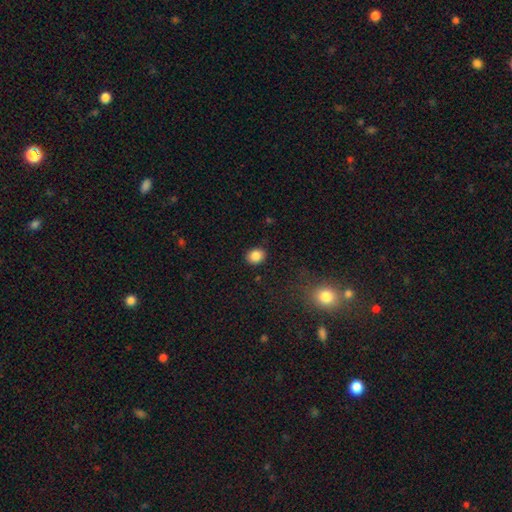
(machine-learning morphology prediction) Smooth or featured?
  - smooth: 85% *
  - star or artifact: 10%
  - featured or disk: 5%
How rounded?
  - round: 62% *
  - in between: 38%
  - cigar-shaped: 1%
Merging?
  - none: 89% *
  - minor disturbance: 7%
  - major disturbance: 2%
  - merger: 1%